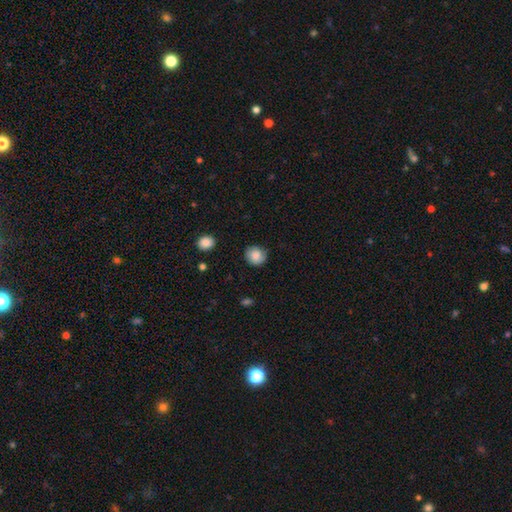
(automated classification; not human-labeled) A smooth galaxy with no disk features (80%) that is round (82%). Merging: none (76%).